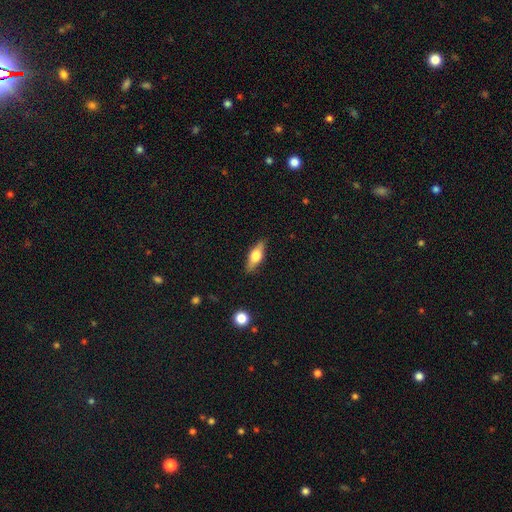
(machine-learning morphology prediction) This is possibly a smooth galaxy (48%). Merging: clearly none (87%).